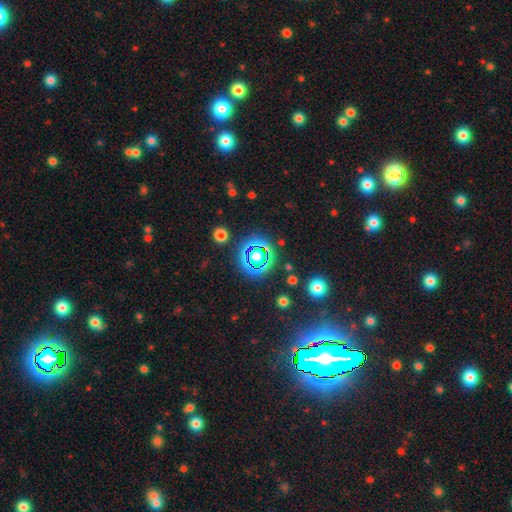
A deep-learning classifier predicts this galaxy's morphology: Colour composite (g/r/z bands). It shows a star or artifact, not a galaxy (56%).